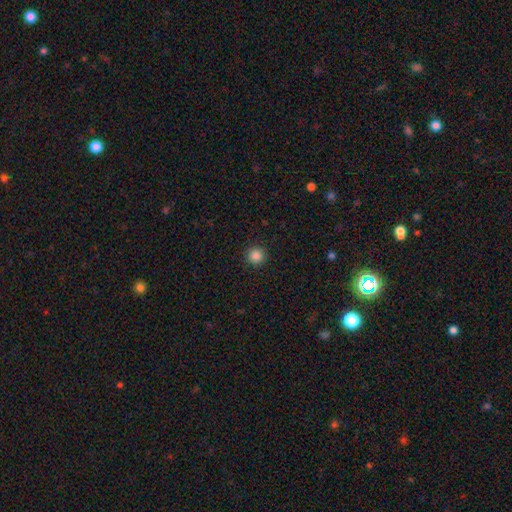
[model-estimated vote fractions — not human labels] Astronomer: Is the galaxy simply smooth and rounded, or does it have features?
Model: smooth — 86%.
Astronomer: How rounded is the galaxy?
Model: round — 95%.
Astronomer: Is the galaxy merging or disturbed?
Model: none — 92%.